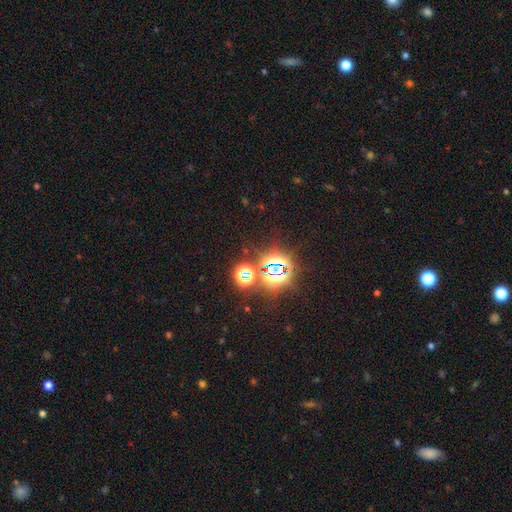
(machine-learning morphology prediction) This is likely a star or artifact rather than a galaxy (80%).